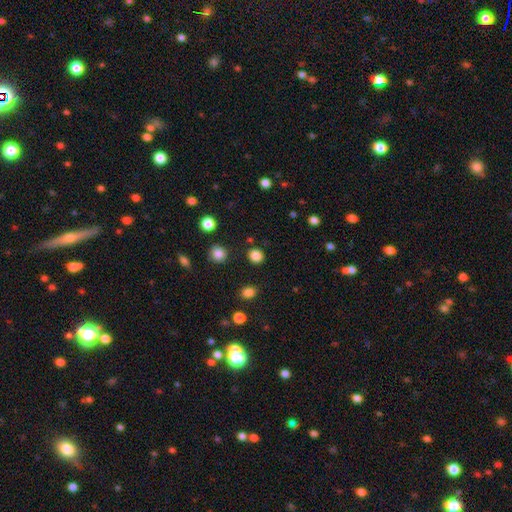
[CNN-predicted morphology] This appears to be a smooth galaxy with no disk features (85%) that is round (84%). Merging: none (89%).